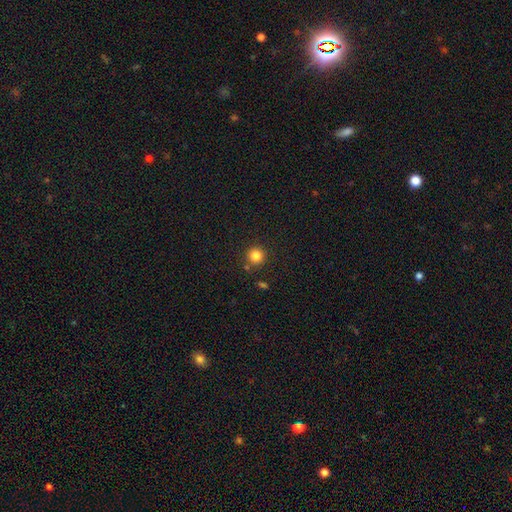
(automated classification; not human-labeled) Overall: smooth (83%). How rounded: round (95%). Merging: none (87%).